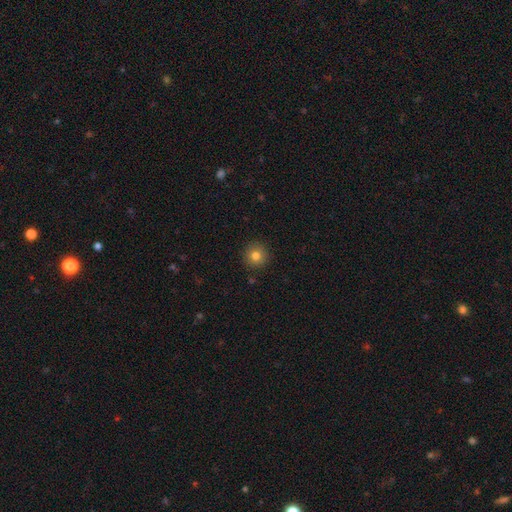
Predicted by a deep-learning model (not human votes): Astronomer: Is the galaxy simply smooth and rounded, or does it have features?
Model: smooth — 80%.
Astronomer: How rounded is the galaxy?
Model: round — 95%.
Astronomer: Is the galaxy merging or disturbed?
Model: none — 91%.